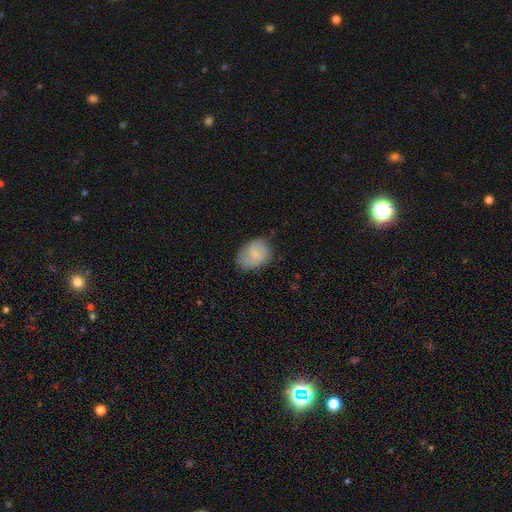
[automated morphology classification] smooth_or_featured: smooth (p=0.55) [alt: featured or disk p=0.38]
how_rounded: in between (p=0.71) [alt: round p=0.28]
merging: none (p=0.70) [alt: minor disturbance p=0.23]